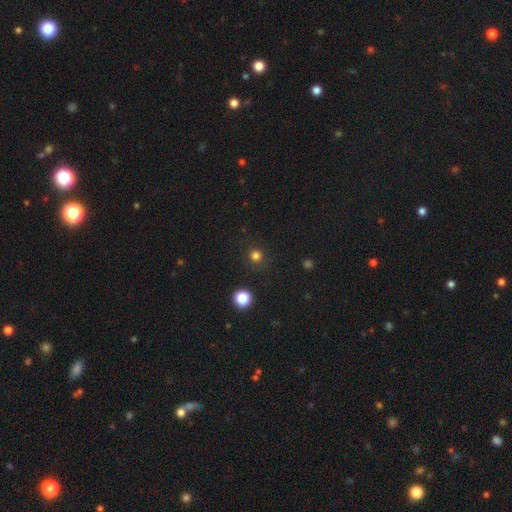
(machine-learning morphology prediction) smooth-or-featured: smooth: 78% | star or artifact: 17% | featured or disk: 4%
  how-rounded: round: 94% | in between: 5% | cigar-shaped: 1%
  merging: none: 88% | minor disturbance: 7% | major disturbance: 3% | merger: 1%